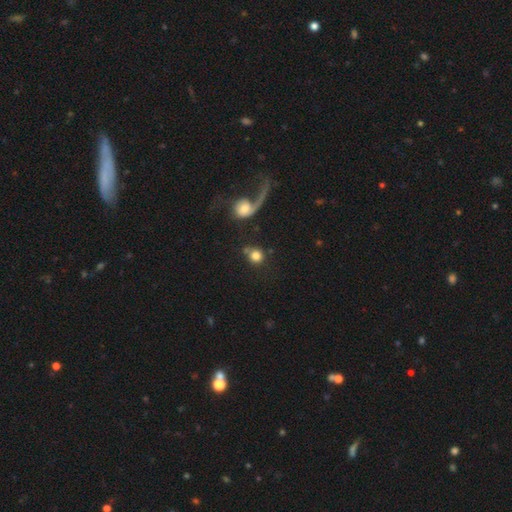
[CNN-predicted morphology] The model was most divided on "merging": none: 63%, merger: 16%, minor disturbance: 11%, major disturbance: 10%. More confident: how rounded — round (91%); smooth or featured — smooth (79%).